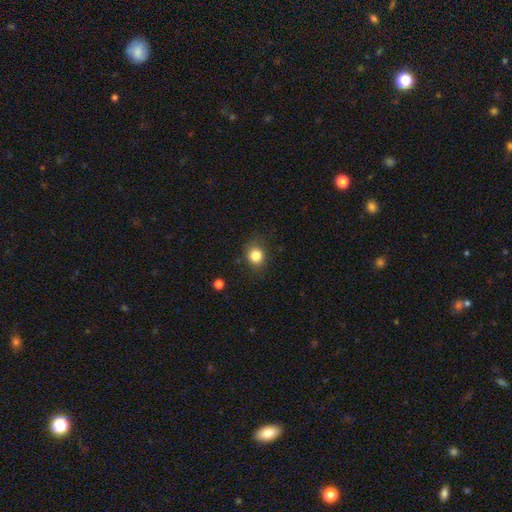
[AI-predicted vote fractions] Smooth or featured?
  - smooth: 83% *
  - star or artifact: 11%
  - featured or disk: 6%
How rounded?
  - round: 69% *
  - in between: 30%
  - cigar-shaped: 1%
Merging?
  - none: 78% *
  - minor disturbance: 16%
  - major disturbance: 5%
  - merger: 2%